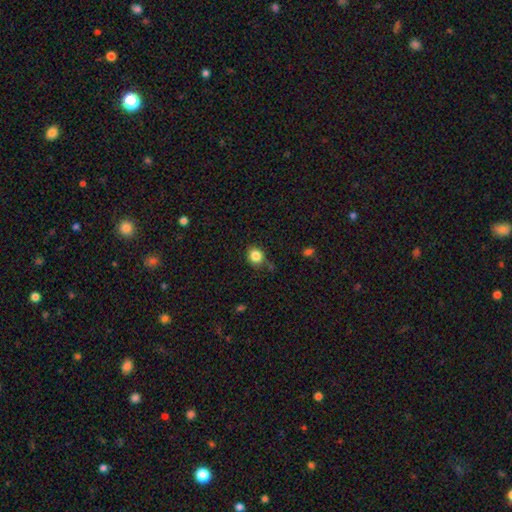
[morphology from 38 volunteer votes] Smooth or featured: smooth — 87% (featured or disk — 8%)
How rounded: round — 58% (in between — 42%)
Merging: none — 53% (minor disturbance — 31%)